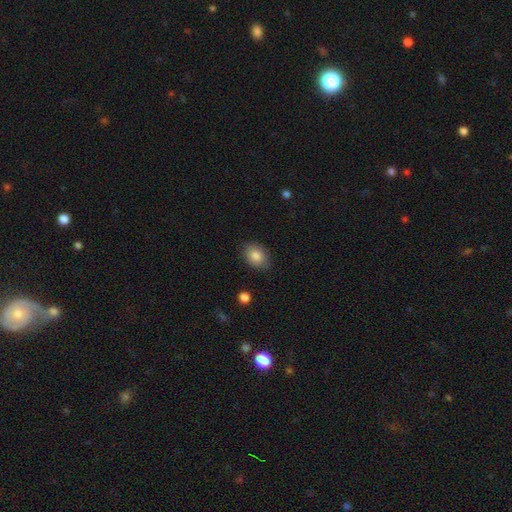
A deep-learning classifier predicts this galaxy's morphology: A smooth galaxy with no disk features (84%) that is in between round and cigar-shaped (72%). Merging: none (84%).